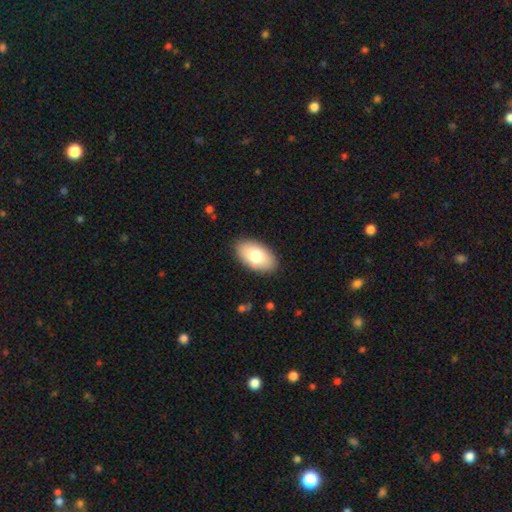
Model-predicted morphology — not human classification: Overall: smooth (78%). How rounded: in between (95%). Merging: none (88%).